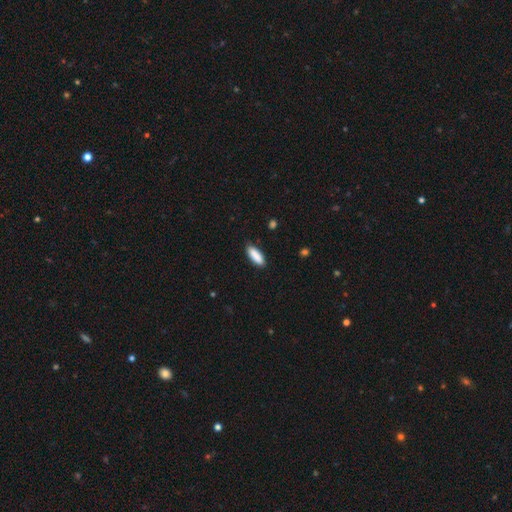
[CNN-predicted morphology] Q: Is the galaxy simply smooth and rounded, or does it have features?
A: smooth — 89%.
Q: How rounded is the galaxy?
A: in between — 65%.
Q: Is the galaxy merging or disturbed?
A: none — 86%.